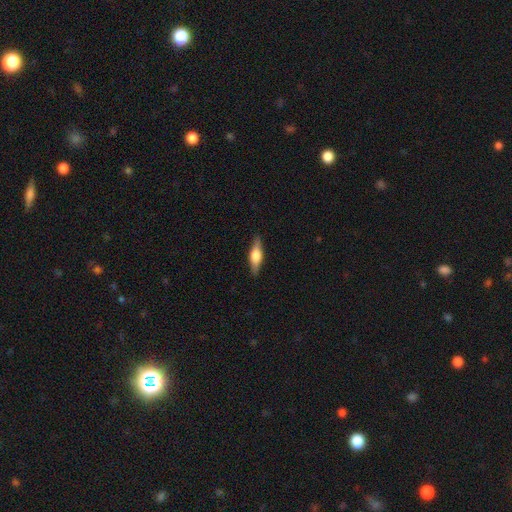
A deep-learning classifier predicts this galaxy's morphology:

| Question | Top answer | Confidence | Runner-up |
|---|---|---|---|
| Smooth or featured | featured or disk | 52% | smooth (42%) |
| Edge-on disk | yes | 94% | no (6%) |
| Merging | none | 88% | minor disturbance (9%) |